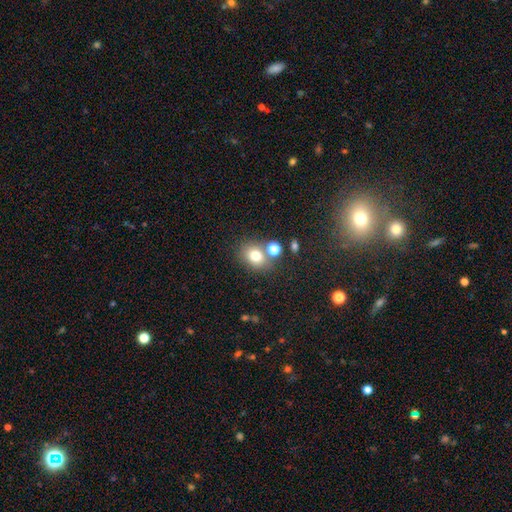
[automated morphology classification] smooth_or_featured: smooth (p=0.76) [alt: star or artifact p=0.13]
how_rounded: round (p=0.54) [alt: in between p=0.45]
merging: none (p=0.65) [alt: merger p=0.19]